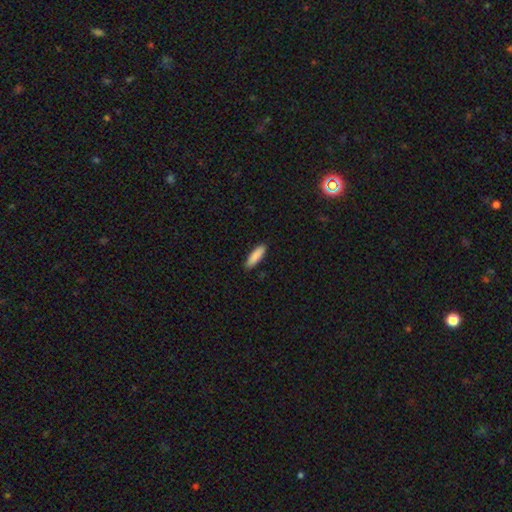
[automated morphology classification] Overall: smooth (88%). How rounded: cigar-shaped (61%; in between 38%). Merging: none (89%).